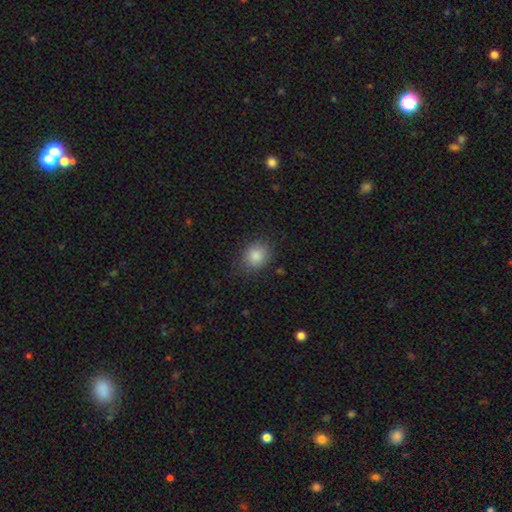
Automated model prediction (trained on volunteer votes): This appears to be a smooth galaxy with no disk features (85%) that is round (60%). Merging: none (81%).